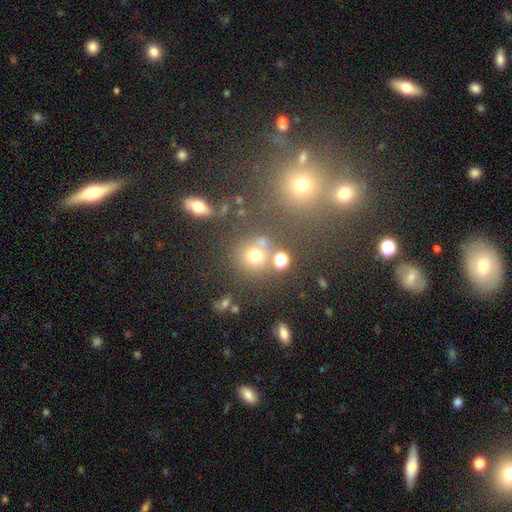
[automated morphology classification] This appears to be a smooth galaxy with no disk features (67%) that is round (87%). Merging: none (67%).